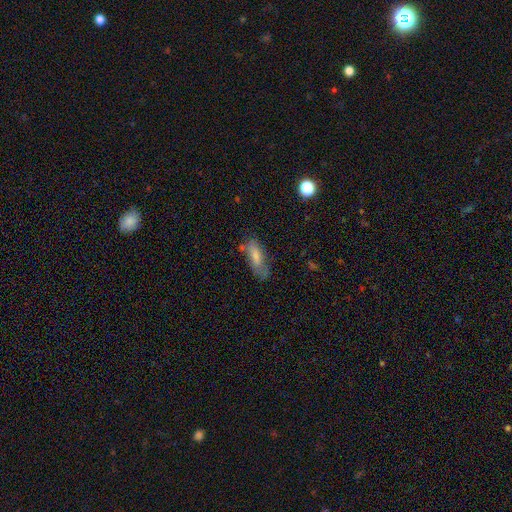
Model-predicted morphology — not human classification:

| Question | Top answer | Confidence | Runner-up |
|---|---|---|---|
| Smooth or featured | smooth | 72% | featured or disk (20%) |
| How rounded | in between | 67% | cigar-shaped (30%) |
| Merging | none | 51% | minor disturbance (30%) |